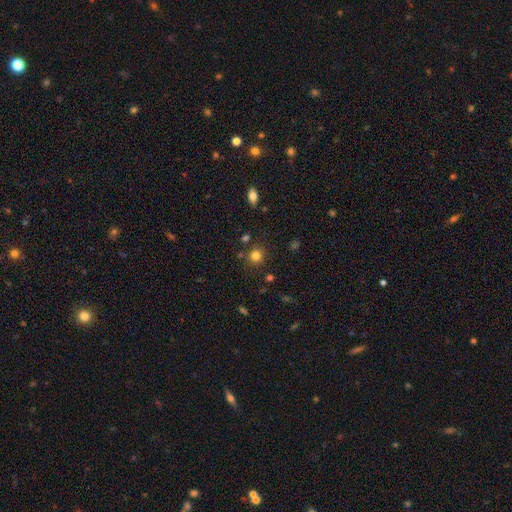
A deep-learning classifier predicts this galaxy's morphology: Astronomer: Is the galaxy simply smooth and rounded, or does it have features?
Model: smooth — 80%.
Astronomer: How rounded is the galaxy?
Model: round — 88%.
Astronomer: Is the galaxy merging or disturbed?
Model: none — 83%.